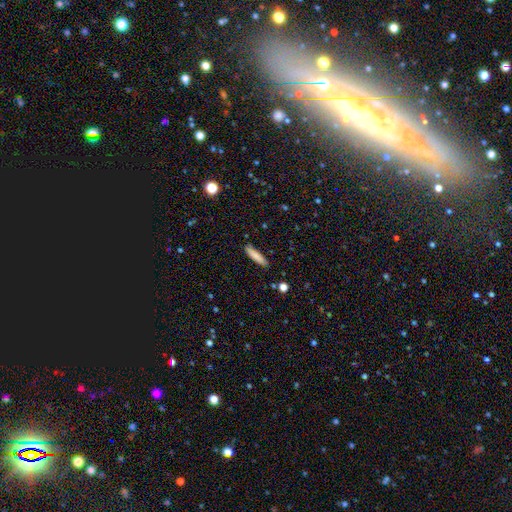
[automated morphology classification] smooth 83%, featured or disk 10%, star or artifact 7%. Down the decision tree: how rounded — cigar-shaped (83%); merging — none (86%).